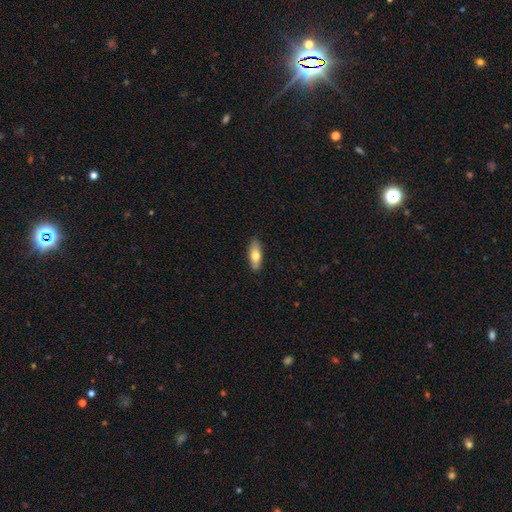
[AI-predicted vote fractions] Smooth or featured? smooth (71%)
How rounded? in between (71%)
Merging? none (86%)